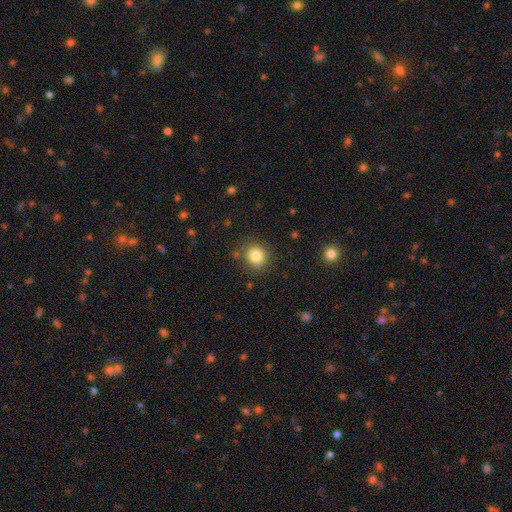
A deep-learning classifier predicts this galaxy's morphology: This appears to be a smooth galaxy with no disk features (83%) that is round (83%). Merging: none (83%).